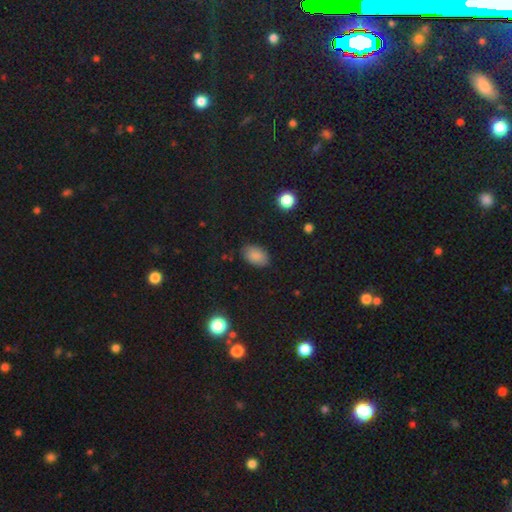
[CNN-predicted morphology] The model was most divided on "merging": none: 84%, minor disturbance: 12%, major disturbance: 3%, merger: 1%. More confident: how rounded — in between (88%); smooth or featured — smooth (85%).